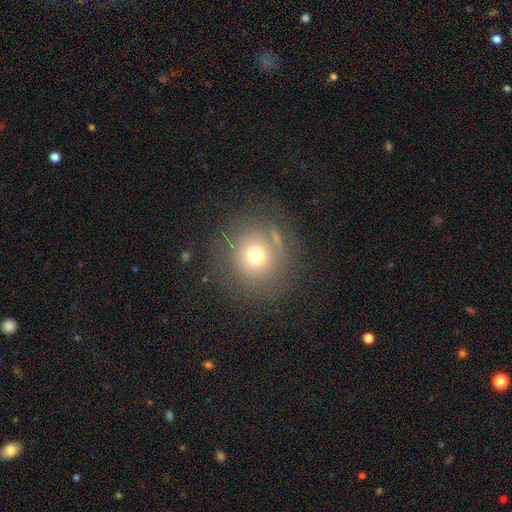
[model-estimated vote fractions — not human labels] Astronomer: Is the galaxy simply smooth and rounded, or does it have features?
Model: smooth — 67%.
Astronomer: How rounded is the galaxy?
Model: round — 92%.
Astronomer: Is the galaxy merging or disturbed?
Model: none — 77%.